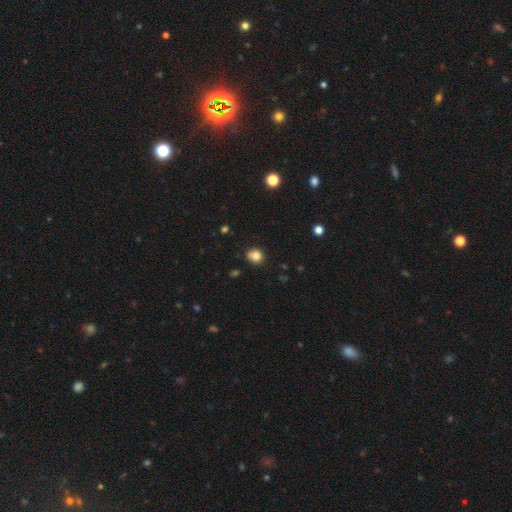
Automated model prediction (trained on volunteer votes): A smooth galaxy with no disk features (82%) that is round (79%).

Vote fractions:
- Smooth or featured? smooth: 82% / star or artifact: 11% / featured or disk: 6%
- How rounded? round: 79% / in between: 20% / cigar-shaped: 1%
- Merging? none: 75% / minor disturbance: 18% / major disturbance: 4% / merger: 3%